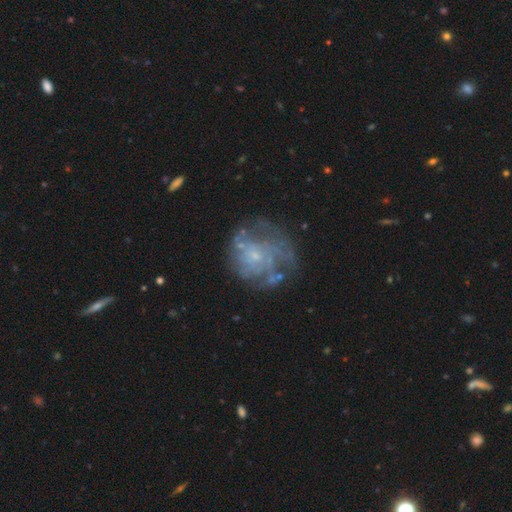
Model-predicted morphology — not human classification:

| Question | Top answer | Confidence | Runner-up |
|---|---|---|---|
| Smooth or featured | featured or disk | 68% | smooth (20%) |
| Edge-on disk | no | 98% | yes (2%) |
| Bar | no | 84% | weak (13%) |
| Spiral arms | yes | 56% | no (44%) |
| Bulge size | small | 69% | moderate (16%) |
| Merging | none | 60% | minor disturbance (19%) |